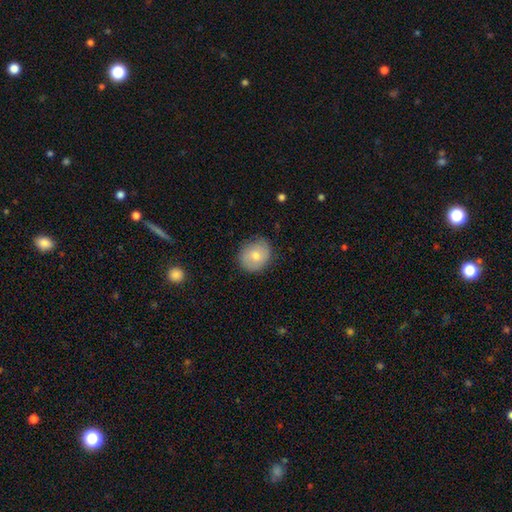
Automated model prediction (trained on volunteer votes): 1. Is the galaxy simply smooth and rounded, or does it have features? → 69% smooth, 24% featured or disk, 7% star or artifact.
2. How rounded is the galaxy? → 73% round, 26% in between, 1% cigar-shaped.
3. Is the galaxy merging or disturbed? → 79% none, 17% minor disturbance, 4% major disturbance, 1% merger.